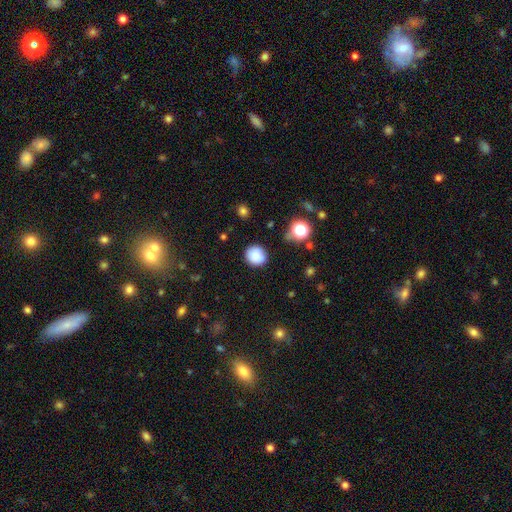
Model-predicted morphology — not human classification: smooth_or_featured: smooth (p=0.83) [alt: star or artifact p=0.11]
how_rounded: round (p=0.89) [alt: in between p=0.10]
merging: none (p=0.84) [alt: minor disturbance p=0.11]